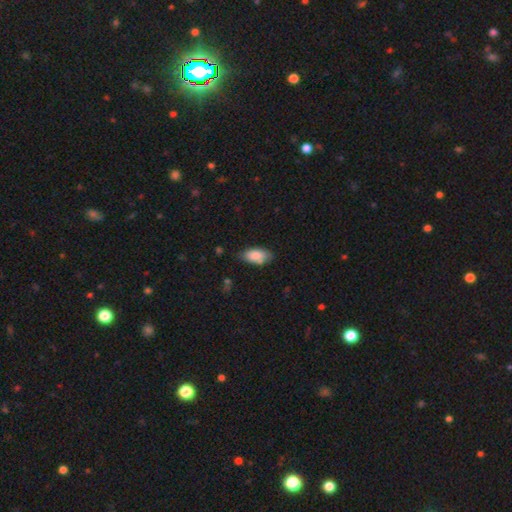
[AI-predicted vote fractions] The model was most divided on "merging": none: 71%, minor disturbance: 23%, major disturbance: 4%, merger: 3%. More confident: how rounded — in between (92%); smooth or featured — smooth (85%).